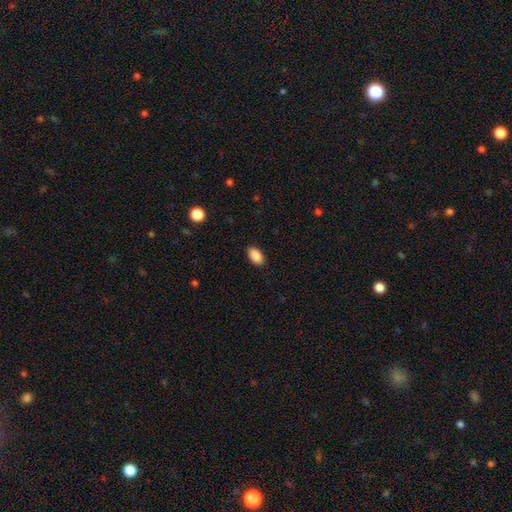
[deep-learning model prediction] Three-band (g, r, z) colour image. It shows a smooth galaxy with no disk features (90%) that is in between round and cigar-shaped (94%). Merging: none (88%).